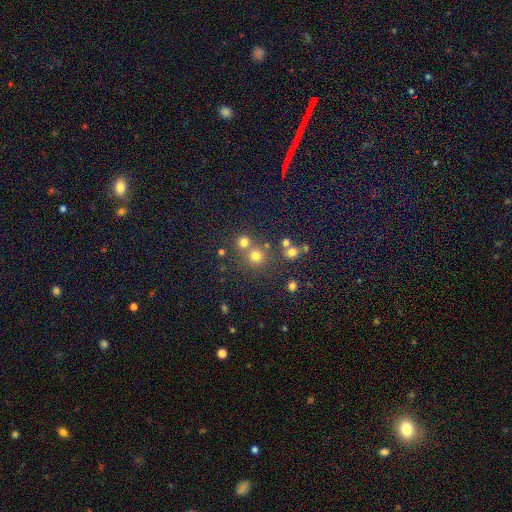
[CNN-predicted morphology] smooth_or_featured: smooth (p=0.72) [alt: star or artifact p=0.20]
how_rounded: round (p=0.92) [alt: in between p=0.07]
merging: none (p=0.64) [alt: merger p=0.25]